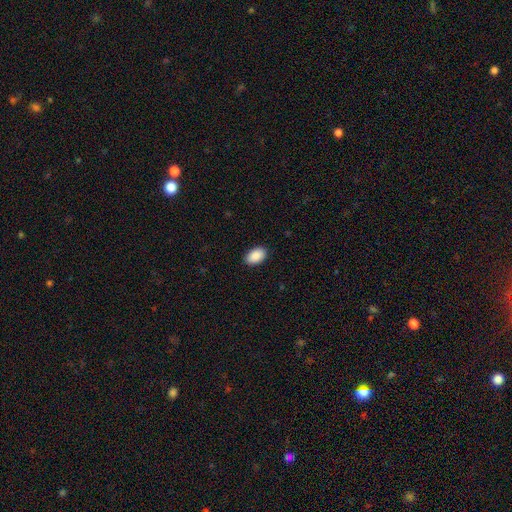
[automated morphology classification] Smooth or featured? smooth (90%)
How rounded? in between (91%)
Merging? none (90%)